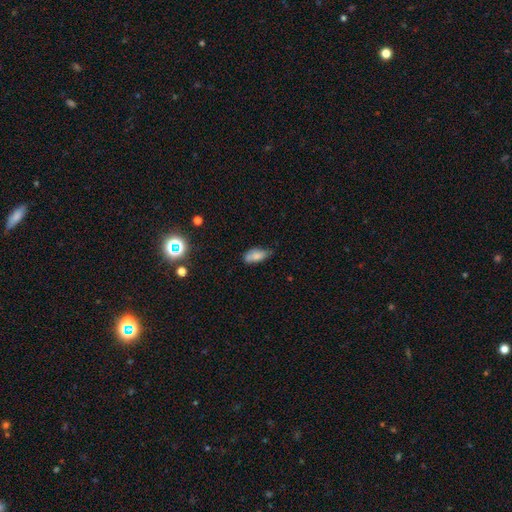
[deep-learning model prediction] smooth 77%, featured or disk 13%, star or artifact 10%. Down the decision tree: how rounded — in between (86%); merging — none (49%).